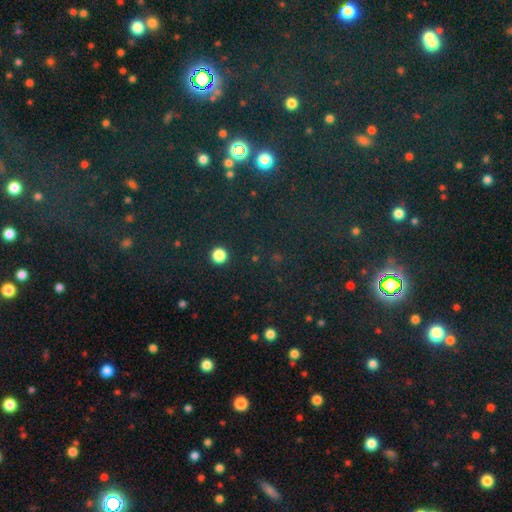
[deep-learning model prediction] Morphology: type=star or artifact (71%).